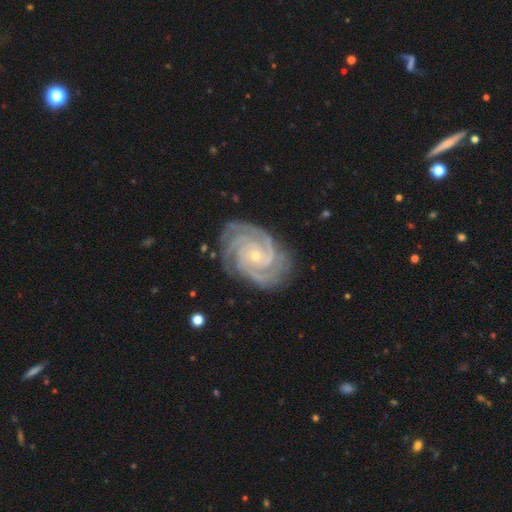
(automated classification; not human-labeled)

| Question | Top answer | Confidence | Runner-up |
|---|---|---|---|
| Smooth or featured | featured or disk | 93% | star or artifact (4%) |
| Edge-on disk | no | 98% | yes (2%) |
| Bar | no | 70% | weak (21%) |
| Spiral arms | yes | 99% | no (1%) |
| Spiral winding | tight | 79% | medium (19%) |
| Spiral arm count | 4 | 32% | 3 (31%) |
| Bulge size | small | 79% | moderate (18%) |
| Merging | none | 81% | minor disturbance (15%) |